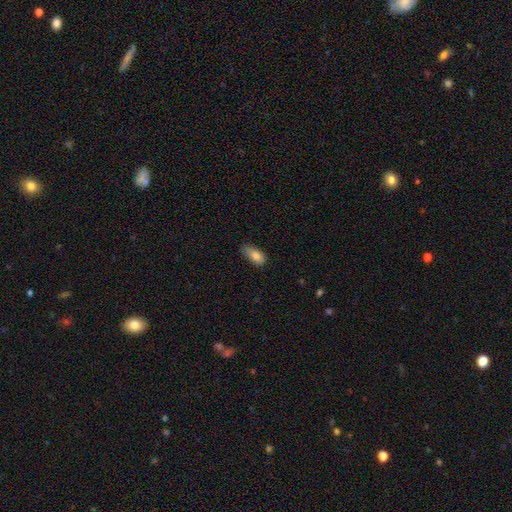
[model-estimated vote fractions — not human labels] smooth_or_featured: smooth (p=0.82) [alt: featured or disk p=0.10]
how_rounded: in between (p=0.87) [alt: cigar-shaped p=0.09]
merging: none (p=0.59) [alt: minor disturbance p=0.32]